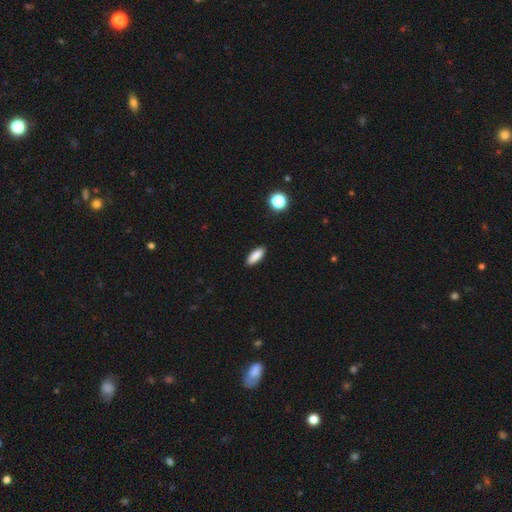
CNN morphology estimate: Smooth or featured: smooth — 87% (star or artifact — 7%)
How rounded: in between — 66% (cigar-shaped — 31%)
Merging: none — 90% (minor disturbance — 7%)